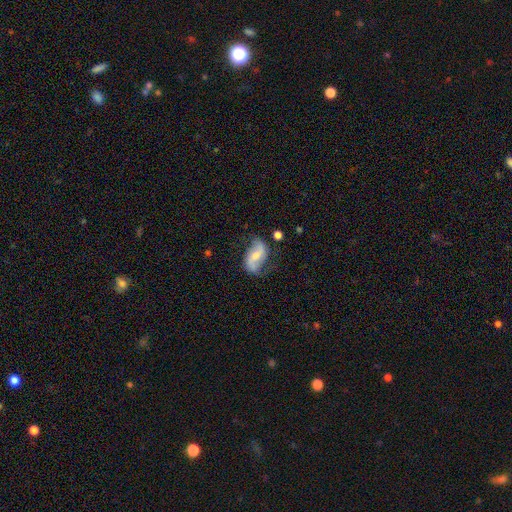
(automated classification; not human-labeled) featured or disk 73%, smooth 21%, star or artifact 7%. Down the decision tree: edge-on disk — no (96%); bar — weak (40%); spiral arms — yes (91%); spiral arm count — 2 (90%); spiral winding — loose (70%); bulge size — moderate (47%); merging — none (67%).